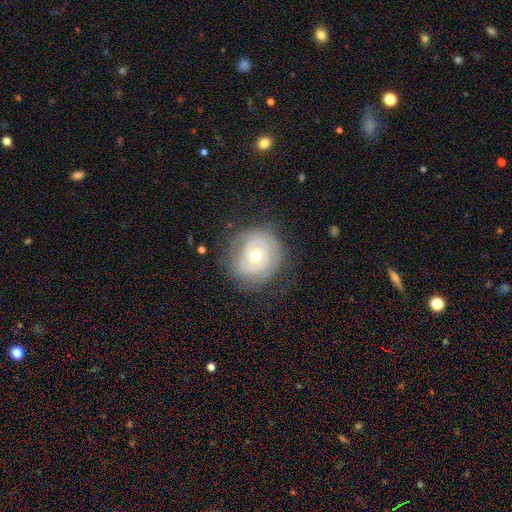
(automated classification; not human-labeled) This is likely a featured or disk galaxy (66%). It is clearly not viewed edge-on (97%). Bar: likely no (78%). Spiral arm pattern: likely yes (65%). Central bulge: likely moderate (67%). Merging: likely none (73%).